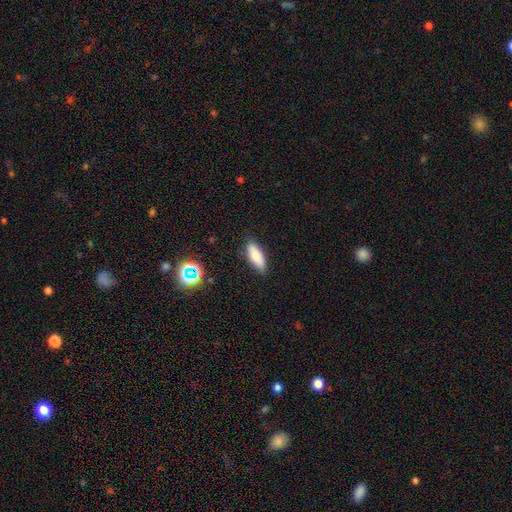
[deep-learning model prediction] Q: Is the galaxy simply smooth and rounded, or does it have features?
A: smooth — 72%.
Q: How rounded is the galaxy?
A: in between — 65%.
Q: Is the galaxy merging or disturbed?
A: none — 83%.